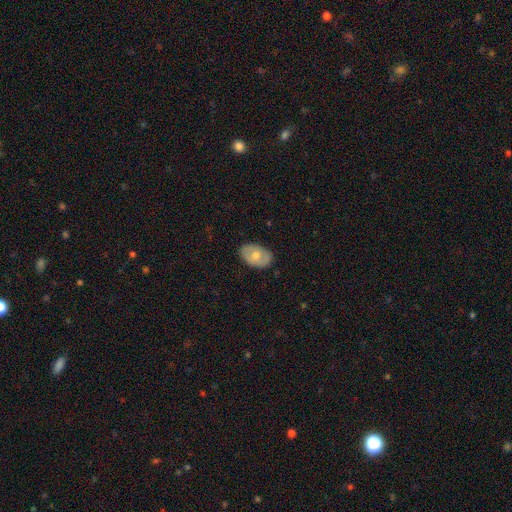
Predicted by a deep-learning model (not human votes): This appears to be a smooth galaxy with no disk features (58%) that is in between round and cigar-shaped (85%). Merging: none (83%).